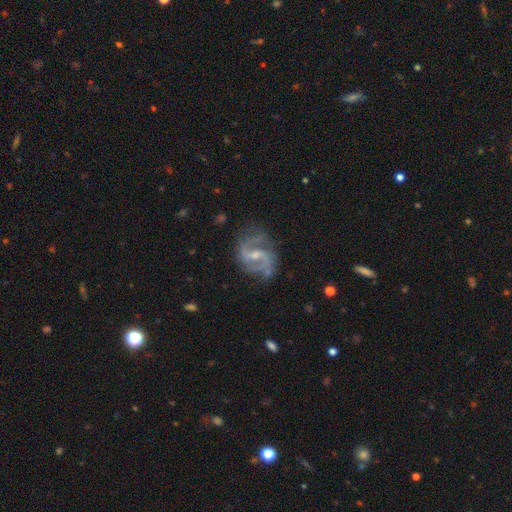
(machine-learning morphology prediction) Smooth or featured? Predicted: featured or disk (p=0.91). Edge-on disk? Predicted: no (p=0.98). Bar? Predicted: weak (p=0.53). Spiral arms? Predicted: yes (p=0.97). Spiral winding? Predicted: medium (p=0.57). Spiral arm count? Predicted: 2 (p=0.90). Bulge size? Predicted: small (p=0.55). Merging? Predicted: none (p=0.70).